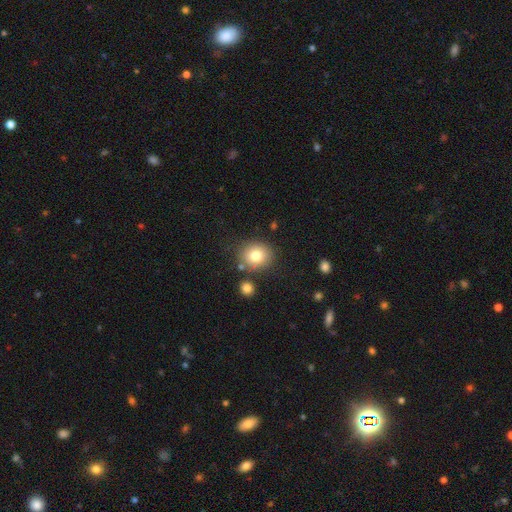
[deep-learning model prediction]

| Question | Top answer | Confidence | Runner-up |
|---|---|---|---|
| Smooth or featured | smooth | 79% | featured or disk (10%) |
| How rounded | round | 74% | in between (25%) |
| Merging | none | 78% | minor disturbance (11%) |